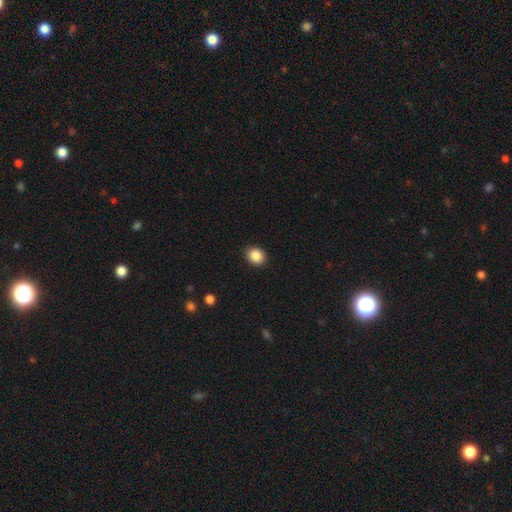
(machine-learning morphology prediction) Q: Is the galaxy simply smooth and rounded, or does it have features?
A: smooth — 88%.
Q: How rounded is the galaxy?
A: round — 51%.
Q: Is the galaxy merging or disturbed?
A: none — 91%.